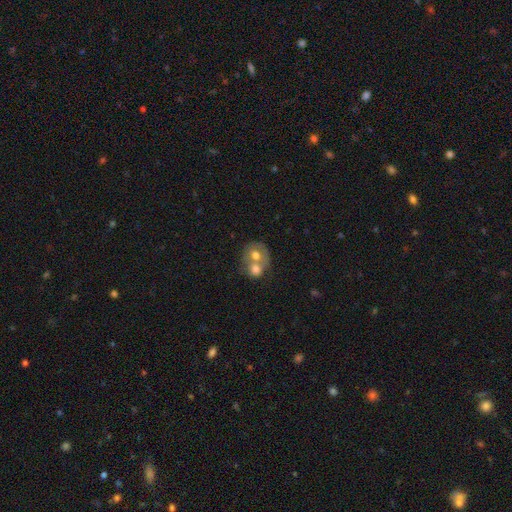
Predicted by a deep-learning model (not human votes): A smooth galaxy with no disk features (59%) that is round (71%).

Vote fractions:
- Smooth or featured? smooth: 59% / featured or disk: 34% / star or artifact: 8%
- How rounded? round: 71% / in between: 28% / cigar-shaped: 1%
- Merging? merger: 68% / none: 21% / minor disturbance: 7% / major disturbance: 4%